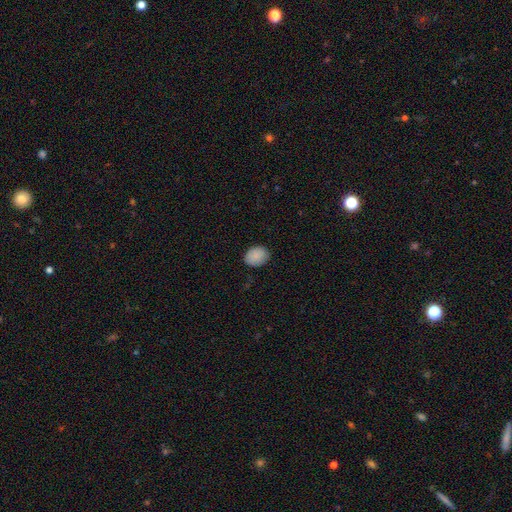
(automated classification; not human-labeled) This is clearly a smooth galaxy (88%). How rounded: possibly in between (54%). Merging: clearly none (85%).